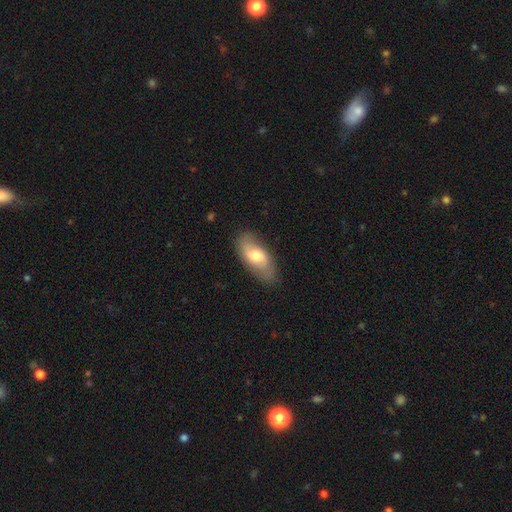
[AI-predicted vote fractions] The model was most divided on "smooth or featured": smooth: 56%, featured or disk: 38%, star or artifact: 6%. More confident: how rounded — in between (87%); merging — none (78%).